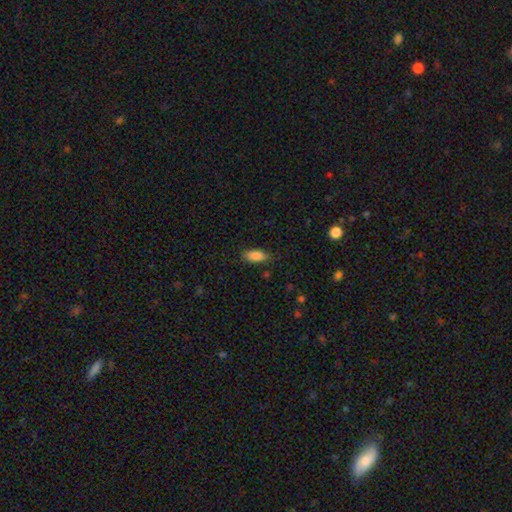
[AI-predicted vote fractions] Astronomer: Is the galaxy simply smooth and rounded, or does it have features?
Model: smooth — 87%.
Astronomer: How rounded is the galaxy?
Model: in between — 84%.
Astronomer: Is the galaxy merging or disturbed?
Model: none — 82%.